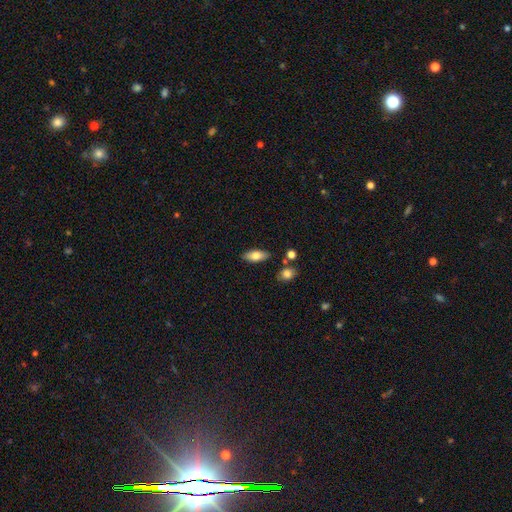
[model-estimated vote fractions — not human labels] smooth 76%, featured or disk 17%, star or artifact 7%. Down the decision tree: how rounded — in between (82%); merging — none (84%).